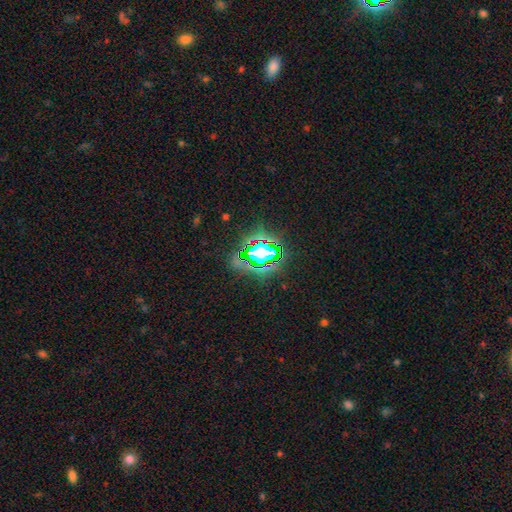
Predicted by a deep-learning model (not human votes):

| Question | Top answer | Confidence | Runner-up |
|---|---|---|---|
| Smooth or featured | star or artifact | 80% | smooth (13%) |